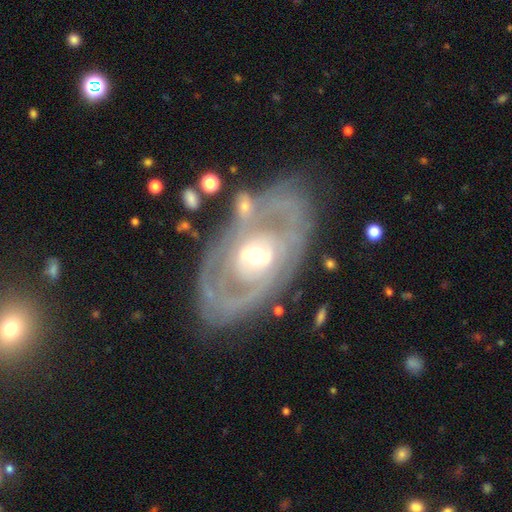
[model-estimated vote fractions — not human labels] A featured or disk galaxy (82%) with no bar (56%), tight (62%) spiral arms (67%) and a moderate central bulge (64%). Merging: none (65%).